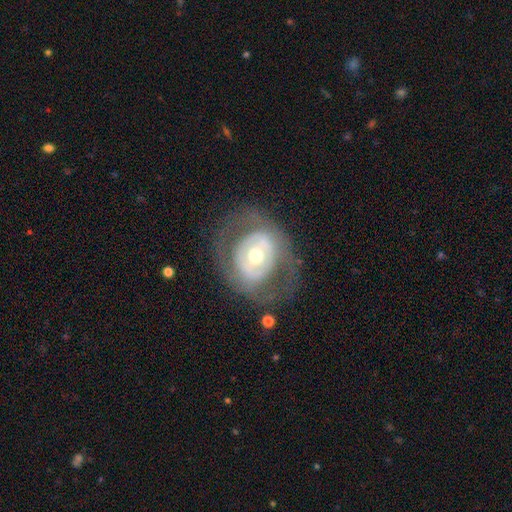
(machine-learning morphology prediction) type=featured or disk (67%); edge-on=no (95%); bar=no (62%); spiral arms=no (72%); bulge=moderate (62%); merging=none (69%).